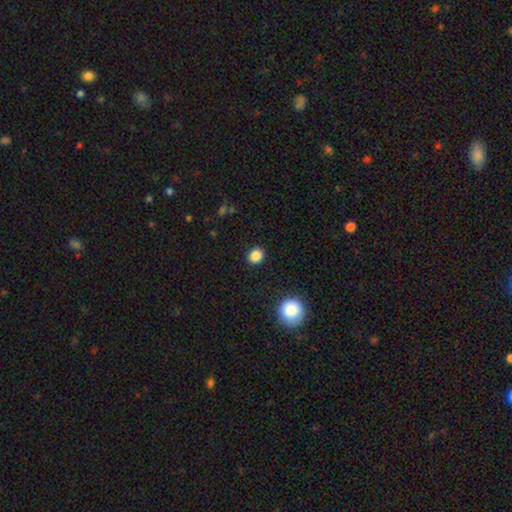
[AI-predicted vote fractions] smooth 86%, star or artifact 10%, featured or disk 4%. Down the decision tree: how rounded — round (72%); merging — none (91%).